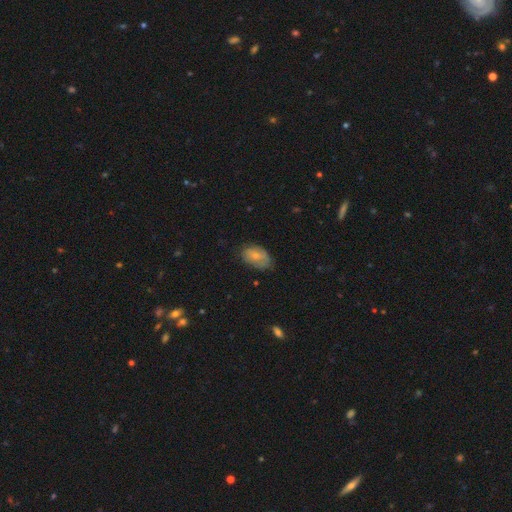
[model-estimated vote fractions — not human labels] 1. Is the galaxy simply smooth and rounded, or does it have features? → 65% smooth, 27% featured or disk, 8% star or artifact.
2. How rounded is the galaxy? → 89% in between, 10% round, 2% cigar-shaped.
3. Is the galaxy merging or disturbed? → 59% none, 30% minor disturbance, 9% major disturbance, 2% merger.